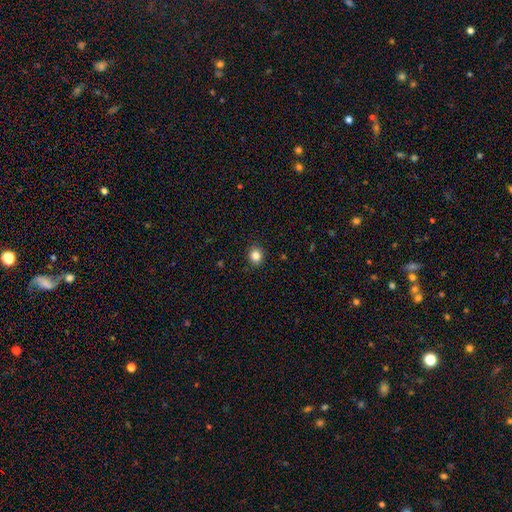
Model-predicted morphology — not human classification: Smooth or featured?
  - smooth: 83% *
  - star or artifact: 12%
  - featured or disk: 5%
How rounded?
  - round: 78% *
  - in between: 21%
  - cigar-shaped: 1%
Merging?
  - none: 91% *
  - minor disturbance: 7%
  - major disturbance: 2%
  - merger: 1%